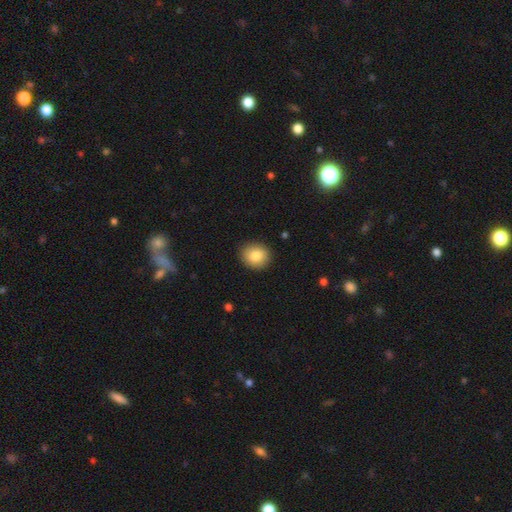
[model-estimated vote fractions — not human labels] A smooth galaxy with no disk features (85%) that is round (73%). Merging: none (90%).